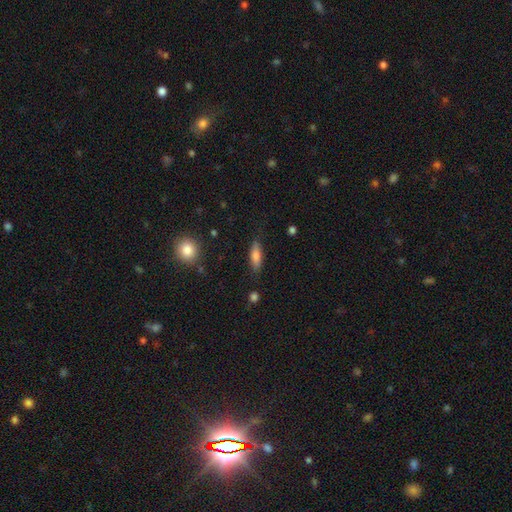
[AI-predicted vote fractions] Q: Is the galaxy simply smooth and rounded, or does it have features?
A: smooth — 74%.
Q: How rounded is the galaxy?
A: in between — 54%.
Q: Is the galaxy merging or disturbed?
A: none — 80%.